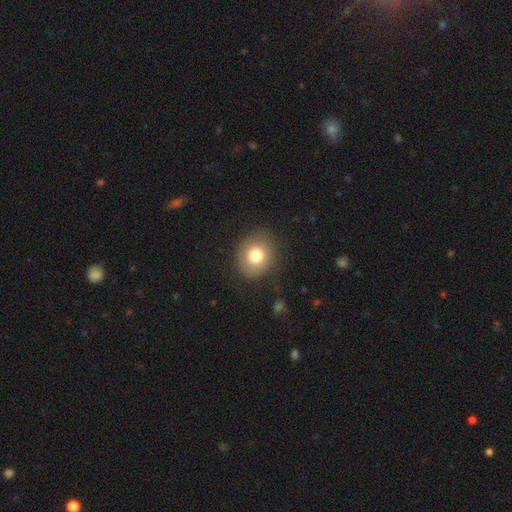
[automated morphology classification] smooth-or-featured: smooth: 79% | featured or disk: 11% | star or artifact: 10%
  how-rounded: round: 73% | in between: 26% | cigar-shaped: 1%
  merging: none: 83% | minor disturbance: 12% | major disturbance: 4% | merger: 1%